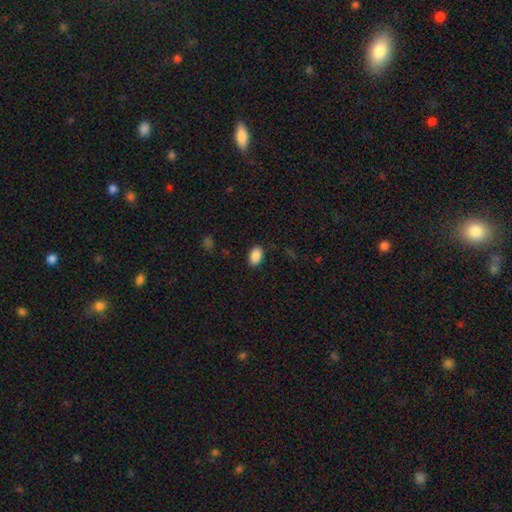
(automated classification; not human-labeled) A smooth galaxy with no disk features (89%) that is in between round and cigar-shaped (90%). Merging: none (87%).